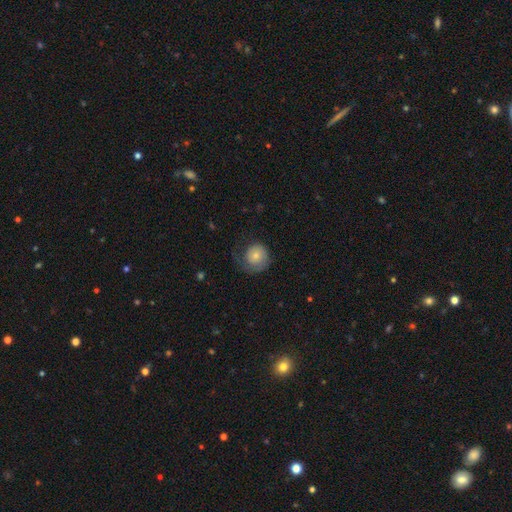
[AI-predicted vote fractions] Smooth or featured? Predicted: smooth (p=0.63). How rounded? Predicted: round (p=0.87). Merging? Predicted: none (p=0.50).